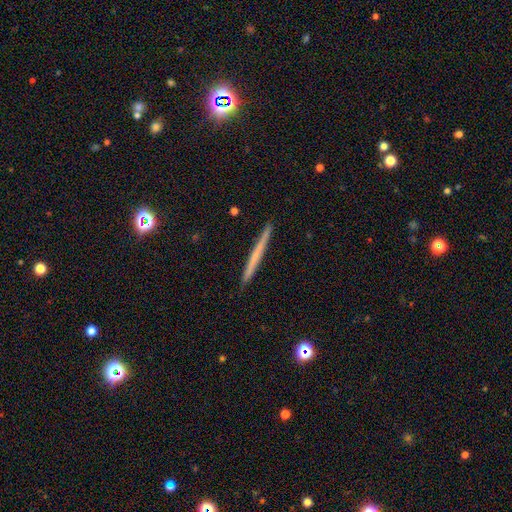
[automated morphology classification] A smooth galaxy with no disk features (50%) that is cigar-shaped (97%).

Vote fractions:
- Smooth or featured? smooth: 50% / featured or disk: 43% / star or artifact: 7%
- How rounded? cigar-shaped: 97% / in between: 2% / round: 1%
- Merging? none: 92% / minor disturbance: 6% / major disturbance: 1% / merger: 1%